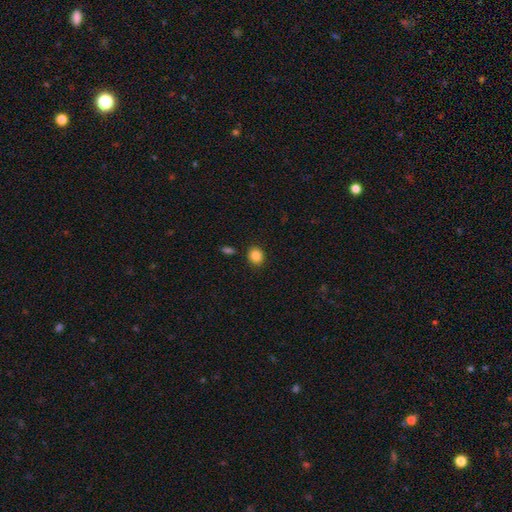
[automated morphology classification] A smooth galaxy with no disk features (87%) that is round (70%).

Vote fractions:
- Smooth or featured? smooth: 87% / star or artifact: 10% / featured or disk: 4%
- How rounded? round: 70% / in between: 29% / cigar-shaped: 1%
- Merging? none: 87% / minor disturbance: 8% / merger: 3% / major disturbance: 2%